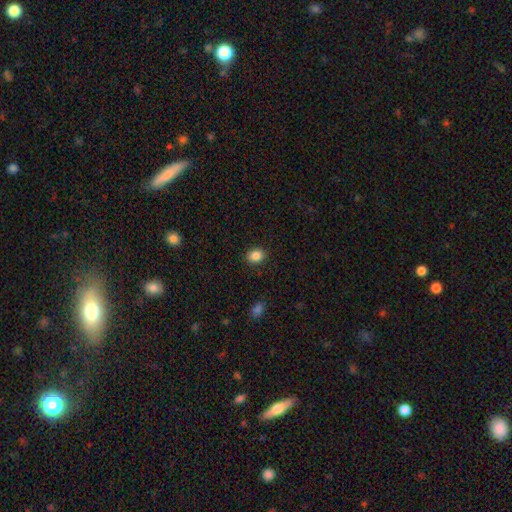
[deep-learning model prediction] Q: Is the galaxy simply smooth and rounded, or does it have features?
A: smooth — 87%.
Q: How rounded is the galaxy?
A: in between — 52%.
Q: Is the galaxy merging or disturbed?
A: none — 89%.